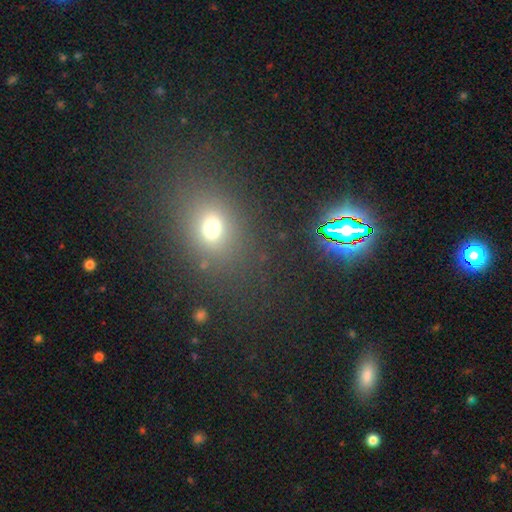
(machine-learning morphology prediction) Smooth or featured?
  - smooth: 54% *
  - star or artifact: 34%
  - featured or disk: 11%
How rounded?
  - in between: 52% *
  - round: 45%
  - cigar-shaped: 2%
Merging?
  - none: 85% *
  - minor disturbance: 9%
  - major disturbance: 4%
  - merger: 3%